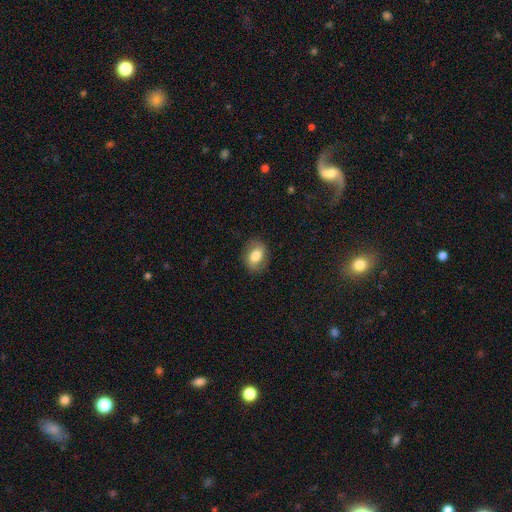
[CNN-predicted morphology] Smooth or featured? Predicted: smooth (p=0.69). How rounded? Predicted: in between (p=0.72). Merging? Predicted: none (p=0.81).